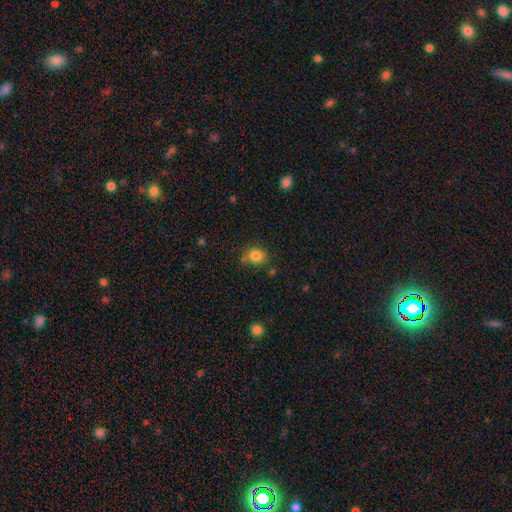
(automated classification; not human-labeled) smooth-or-featured: smooth: 83% | star or artifact: 11% | featured or disk: 6%
  how-rounded: round: 72% | in between: 27% | cigar-shaped: 1%
  merging: none: 75% | minor disturbance: 17% | merger: 5% | major disturbance: 4%